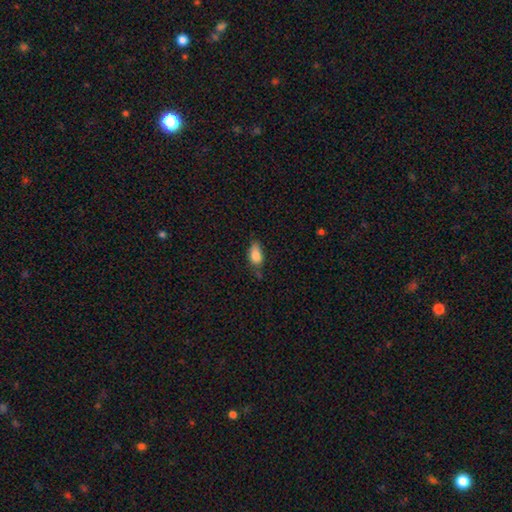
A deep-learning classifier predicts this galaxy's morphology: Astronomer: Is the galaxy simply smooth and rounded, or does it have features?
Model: smooth — 84%.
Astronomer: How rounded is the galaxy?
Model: in between — 89%.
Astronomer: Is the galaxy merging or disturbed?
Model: none — 49% (runner-up: minor disturbance, 37%).